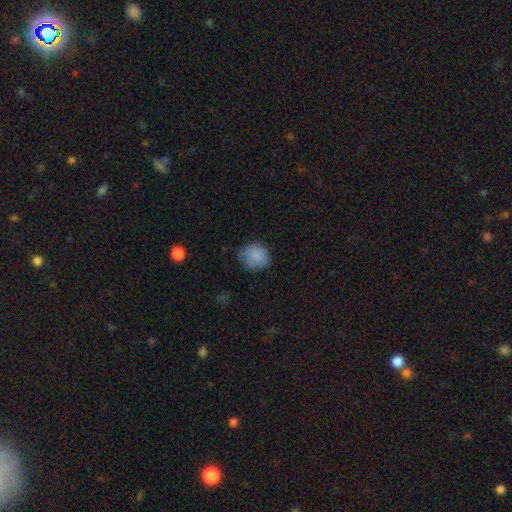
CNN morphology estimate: smooth 85%, star or artifact 8%, featured or disk 6%. Down the decision tree: how rounded — round (76%); merging — none (70%).